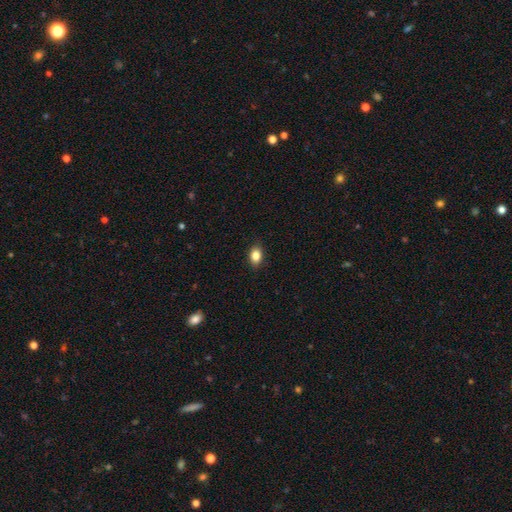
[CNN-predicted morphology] smooth-or-featured: smooth: 84% | star or artifact: 9% | featured or disk: 7%
  how-rounded: in between: 74% | round: 24% | cigar-shaped: 2%
  merging: none: 87% | minor disturbance: 10% | major disturbance: 2% | merger: 1%